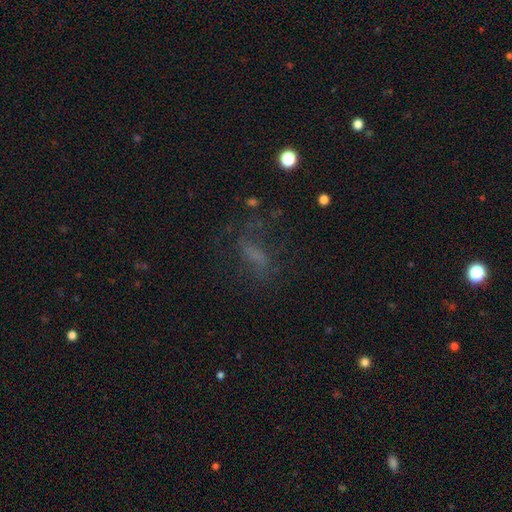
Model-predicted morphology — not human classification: Smooth or featured? Predicted: smooth (p=0.41). Merging? Predicted: none (p=0.52).